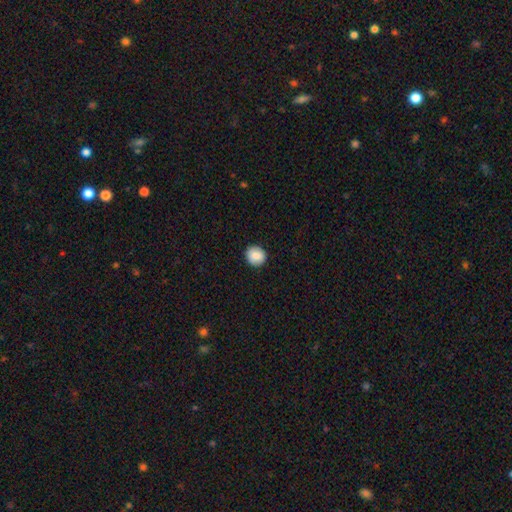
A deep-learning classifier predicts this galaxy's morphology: Overall: smooth (87%). How rounded: round (88%). Merging: none (91%).